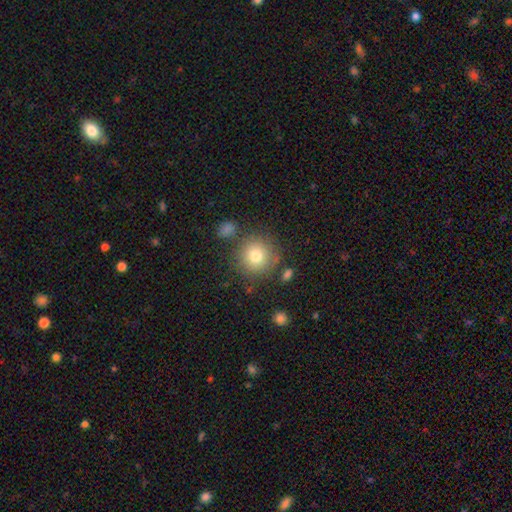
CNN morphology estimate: type=smooth (79%); roundness=round (93%); merging=none (80%).